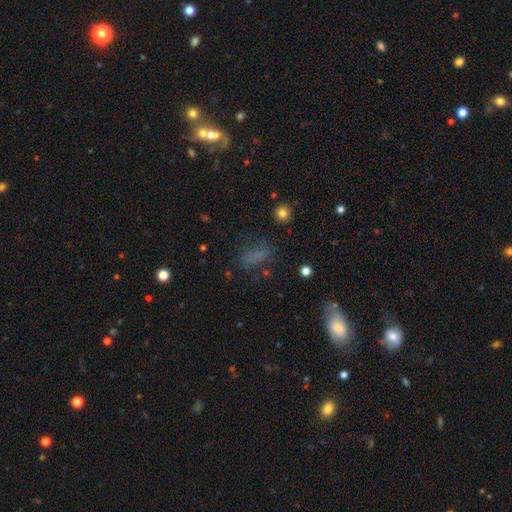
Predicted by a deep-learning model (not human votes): Q: Smooth or featured?
A: smooth (67%); runner-up: star or artifact (20%)
Q: How rounded?
A: in between (58%); runner-up: cigar-shaped (34%)
Q: Merging?
A: none (66%); runner-up: minor disturbance (19%)